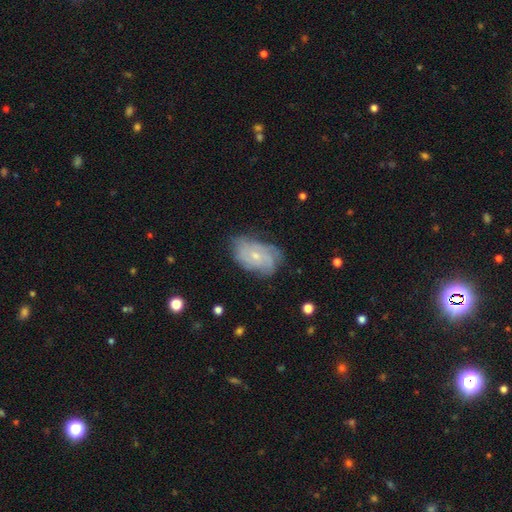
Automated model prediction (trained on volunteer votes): Morphology: type=featured or disk (68%); edge-on=no (96%); bar=no (74%); spiral arms=yes (87%); winding=tight (54%); arm count=can't tell (42%); bulge=small (70%); merging=none (63%).